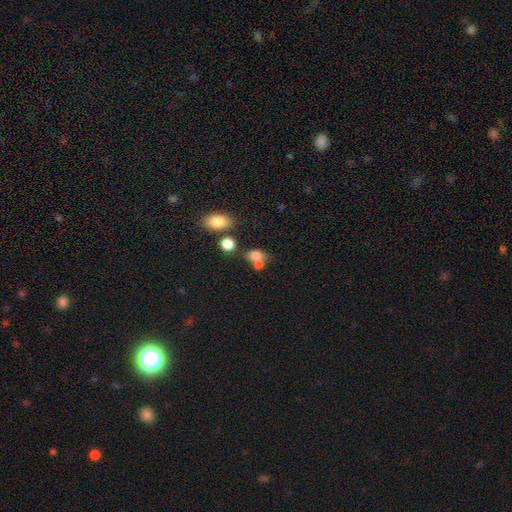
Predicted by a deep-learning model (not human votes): A smooth galaxy with no disk features (76%) that is in between round and cigar-shaped (61%).

Vote fractions:
- Smooth or featured? smooth: 76% / star or artifact: 12% / featured or disk: 12%
- How rounded? in between: 61% / round: 37% / cigar-shaped: 3%
- Merging? merger: 45% / none: 38% / minor disturbance: 11% / major disturbance: 6%